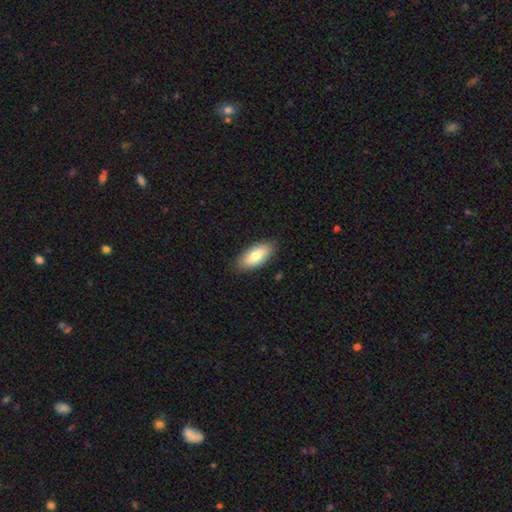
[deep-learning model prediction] Smooth or featured?
  - smooth: 79% *
  - featured or disk: 16%
  - star or artifact: 6%
How rounded?
  - in between: 87% *
  - cigar-shaped: 11%
  - round: 2%
Merging?
  - none: 87% *
  - minor disturbance: 10%
  - major disturbance: 2%
  - merger: 1%